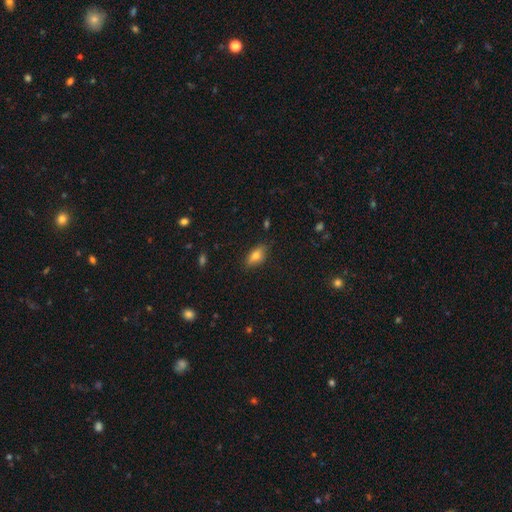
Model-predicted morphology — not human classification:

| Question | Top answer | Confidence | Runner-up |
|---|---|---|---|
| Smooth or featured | smooth | 71% | featured or disk (20%) |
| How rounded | in between | 83% | cigar-shaped (11%) |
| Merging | none | 82% | minor disturbance (14%) |